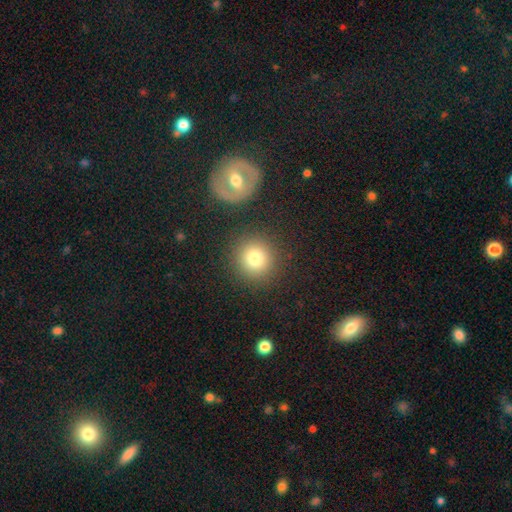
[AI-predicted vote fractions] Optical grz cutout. It shows a smooth galaxy with no disk features (78%) that is round (91%). Merging: none (87%).